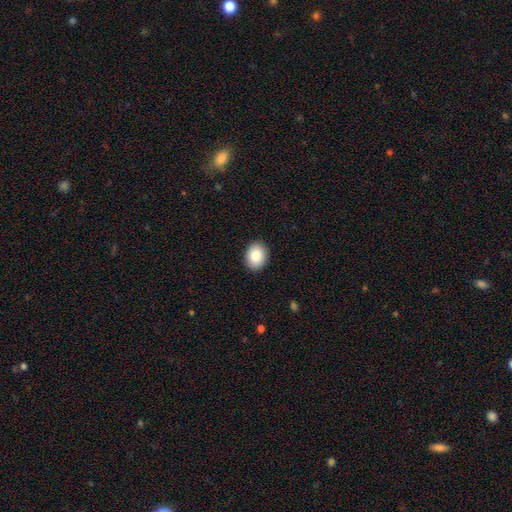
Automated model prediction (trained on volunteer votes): This is clearly a smooth galaxy (87%). How rounded: likely in between (64%). Merging: clearly none (90%).